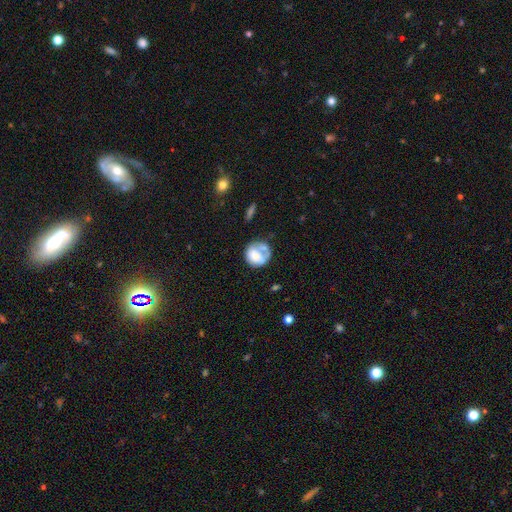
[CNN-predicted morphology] This appears to be a smooth galaxy with no disk features (61%) that is round (77%). Merging: none (40%).